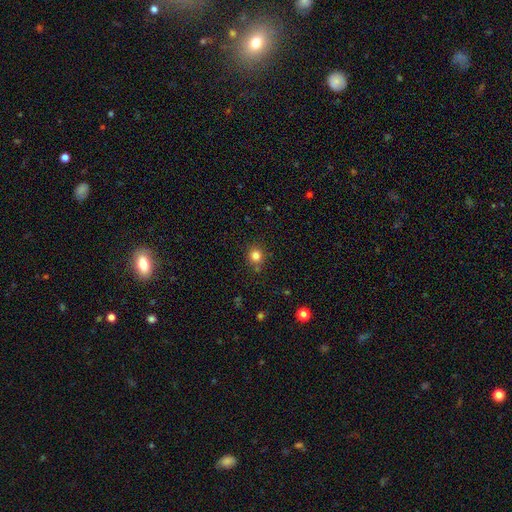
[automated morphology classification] Overall: smooth (81%). How rounded: round (87%). Merging: none (83%).